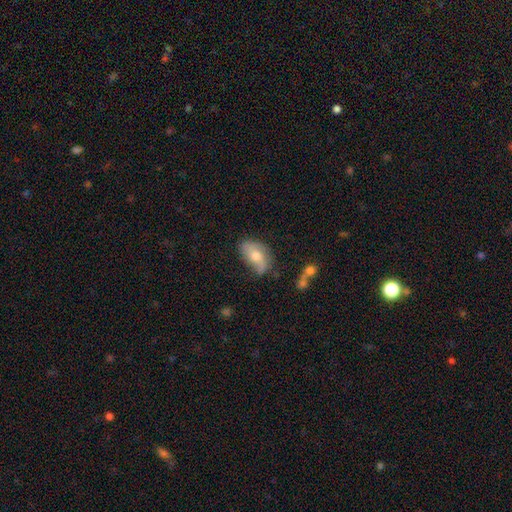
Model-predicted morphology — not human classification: smooth_or_featured: smooth (p=0.54) [alt: featured or disk p=0.38]
how_rounded: in between (p=0.89) [alt: round p=0.08]
merging: none (p=0.52) [alt: minor disturbance p=0.32]